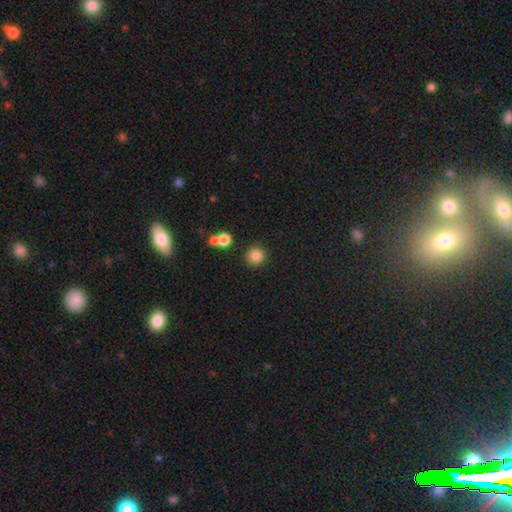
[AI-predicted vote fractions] Morphology: type=smooth (85%); roundness=round (94%); merging=none (84%).